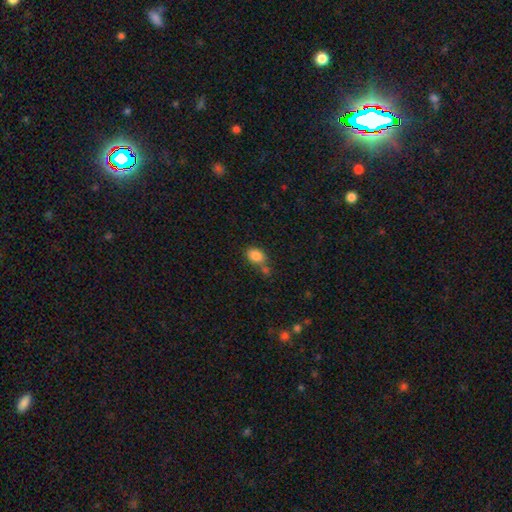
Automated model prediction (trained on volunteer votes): Q: Smooth or featured?
A: smooth (85%); runner-up: star or artifact (10%)
Q: How rounded?
A: in between (73%); runner-up: round (26%)
Q: Merging?
A: none (54%); runner-up: merger (21%)